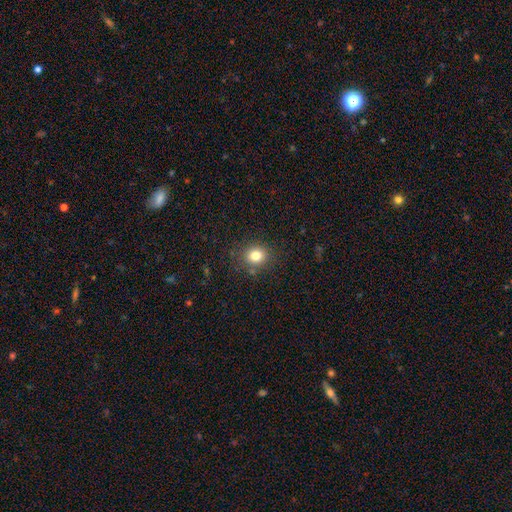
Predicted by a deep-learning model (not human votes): Smooth or featured?
  - smooth: 81% *
  - star or artifact: 12%
  - featured or disk: 7%
How rounded?
  - round: 73% *
  - in between: 26%
  - cigar-shaped: 1%
Merging?
  - none: 85% *
  - minor disturbance: 9%
  - major disturbance: 3%
  - merger: 2%